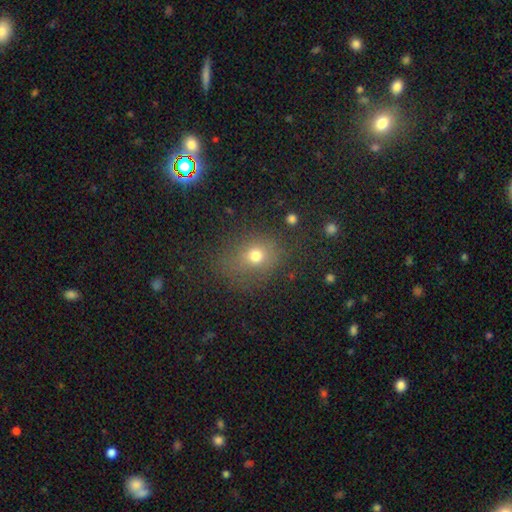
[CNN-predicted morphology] smooth_or_featured: smooth (p=0.70) [alt: star or artifact p=0.18]
how_rounded: round (p=0.60) [alt: in between p=0.38]
merging: none (p=0.73) [alt: minor disturbance p=0.15]